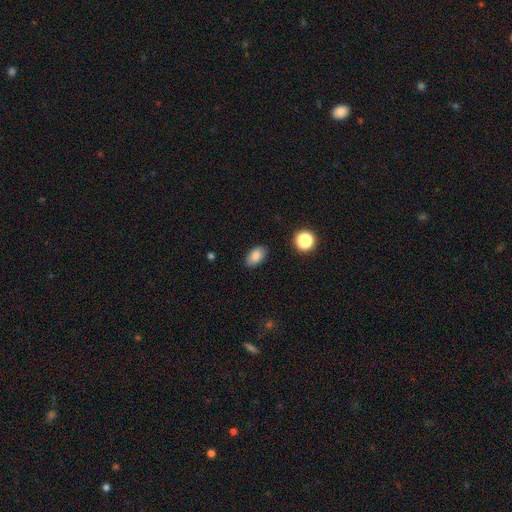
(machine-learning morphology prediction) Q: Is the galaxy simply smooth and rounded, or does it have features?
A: smooth — 84%.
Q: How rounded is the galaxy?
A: in between — 90%.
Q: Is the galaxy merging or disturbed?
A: none — 87%.